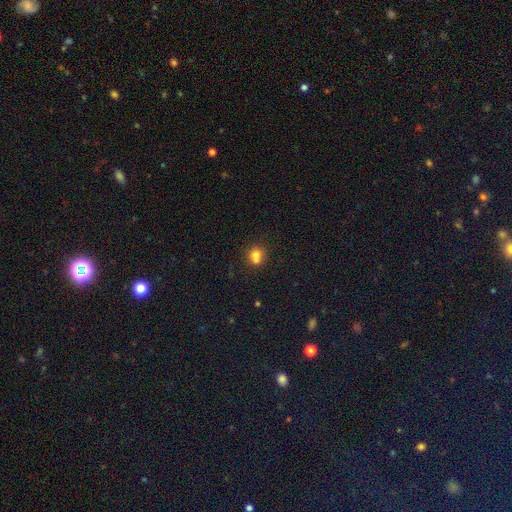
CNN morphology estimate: smooth-or-featured: smooth: 75% | star or artifact: 13% | featured or disk: 12%
  how-rounded: round: 76% | in between: 23% | cigar-shaped: 1%
  merging: none: 45% | merger: 38% | minor disturbance: 12% | major disturbance: 4%